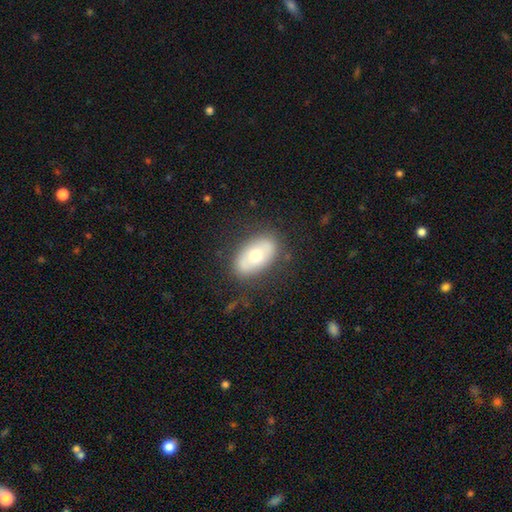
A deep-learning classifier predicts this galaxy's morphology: Q: Smooth or featured?
A: smooth (56%); runner-up: featured or disk (37%)
Q: How rounded?
A: in between (91%); runner-up: round (7%)
Q: Merging?
A: none (81%); runner-up: minor disturbance (13%)